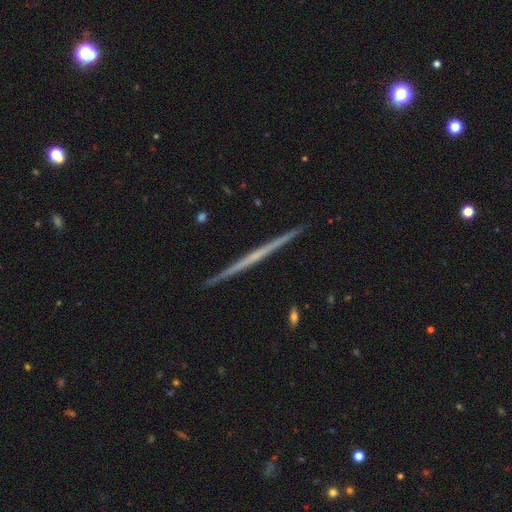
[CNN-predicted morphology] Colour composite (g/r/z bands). It shows a featured or disk galaxy (71%) viewed edge-on (98%) with no central bulge (82%). Merging: none (93%).